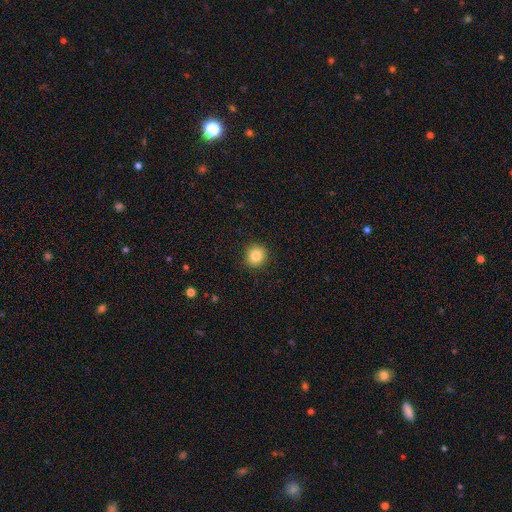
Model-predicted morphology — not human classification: The model was most divided on "smooth or featured": smooth: 84%, star or artifact: 10%, featured or disk: 6%. More confident: how rounded — round (92%); merging — none (91%).